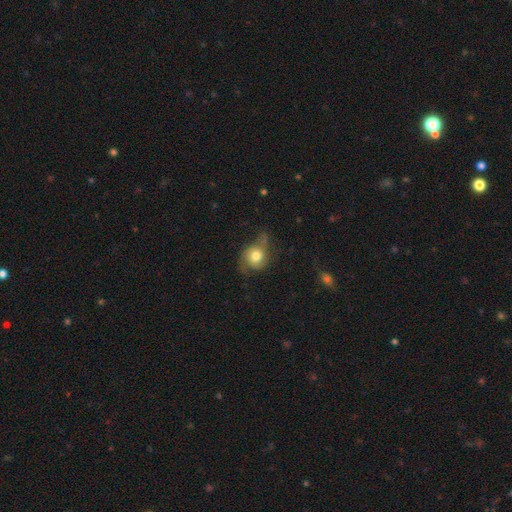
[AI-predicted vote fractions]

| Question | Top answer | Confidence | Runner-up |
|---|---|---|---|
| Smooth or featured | smooth | 58% | featured or disk (33%) |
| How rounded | round | 71% | in between (28%) |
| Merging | none | 43% | minor disturbance (31%) |